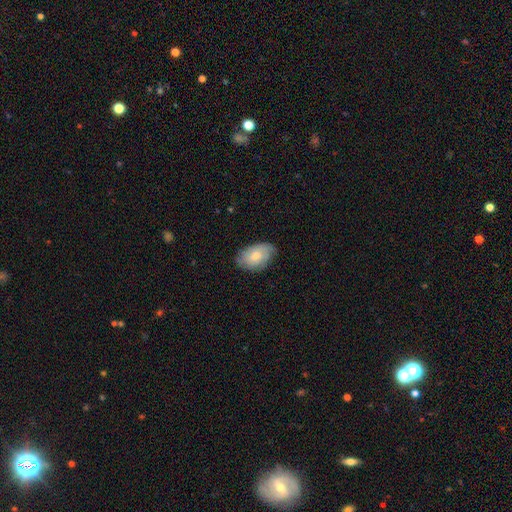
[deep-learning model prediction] This is likely a smooth galaxy (69%). How rounded: clearly in between (91%). Merging: likely none (70%).